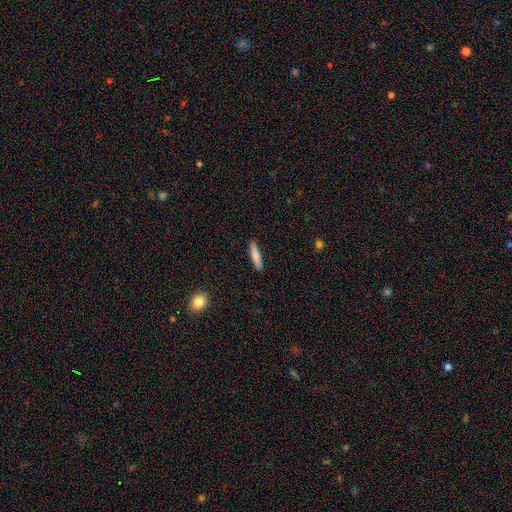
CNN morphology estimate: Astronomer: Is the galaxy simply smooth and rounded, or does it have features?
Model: smooth — 78%.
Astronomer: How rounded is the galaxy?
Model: cigar-shaped — 83%.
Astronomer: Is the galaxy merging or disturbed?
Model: none — 90%.